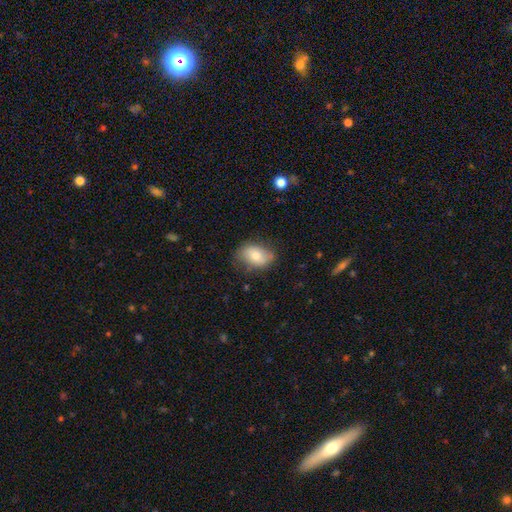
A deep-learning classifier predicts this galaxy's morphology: smooth 68%, featured or disk 25%, star or artifact 7%. Down the decision tree: how rounded — in between (84%); merging — none (73%).